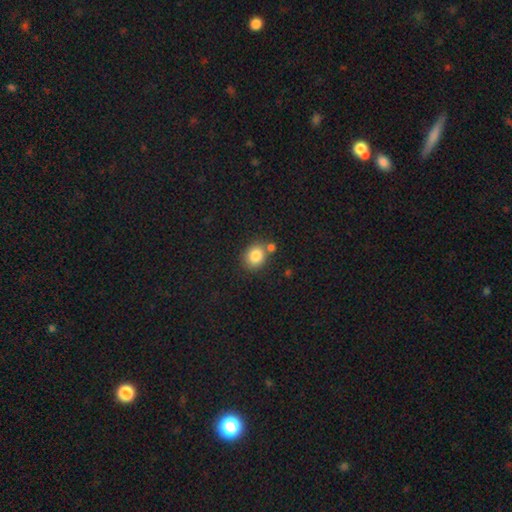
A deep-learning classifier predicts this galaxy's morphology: type=smooth (84%); roundness=round (65%); merging=none (67%).